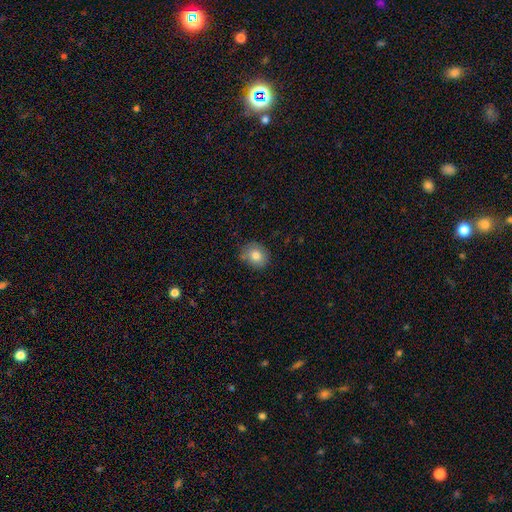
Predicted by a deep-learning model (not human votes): A smooth galaxy with no disk features (79%) that is round (67%).

Vote fractions:
- Smooth or featured? smooth: 79% / featured or disk: 11% / star or artifact: 9%
- How rounded? round: 67% / in between: 32% / cigar-shaped: 1%
- Merging? none: 76% / minor disturbance: 18% / major disturbance: 3% / merger: 3%